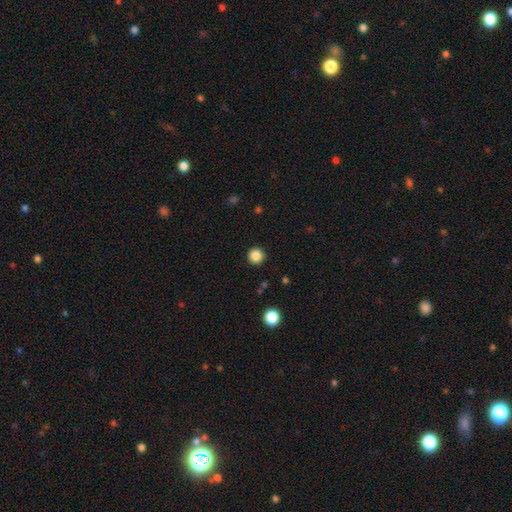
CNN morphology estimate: smooth-or-featured: smooth: 86% | star or artifact: 11% | featured or disk: 3%
  how-rounded: round: 95% | in between: 4% | cigar-shaped: 1%
  merging: none: 91% | minor disturbance: 6% | major disturbance: 2% | merger: 1%